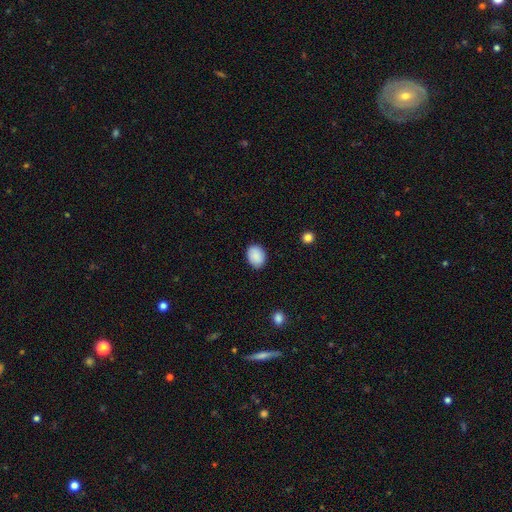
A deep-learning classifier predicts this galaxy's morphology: smooth 89%, star or artifact 7%, featured or disk 4%. Down the decision tree: how rounded — in between (65%); merging — none (87%).